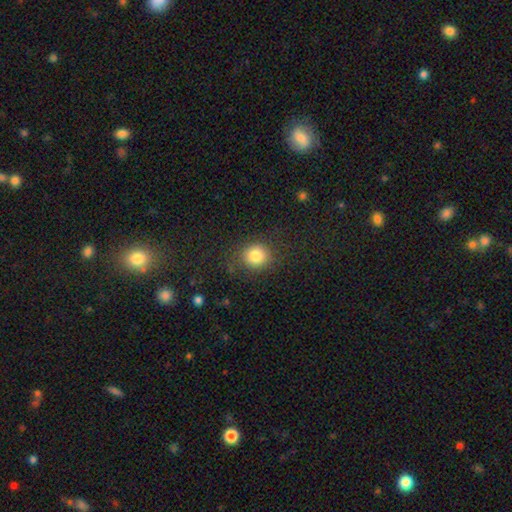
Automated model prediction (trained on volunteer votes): smooth-or-featured: smooth: 83% | star or artifact: 11% | featured or disk: 6%
  how-rounded: round: 82% | in between: 17% | cigar-shaped: 1%
  merging: none: 83% | minor disturbance: 10% | major disturbance: 5% | merger: 2%